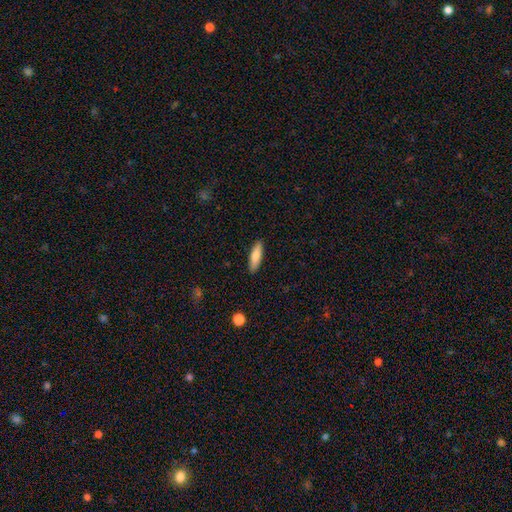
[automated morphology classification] This appears to be a smooth galaxy with no disk features (80%) that is cigar-shaped (61%). Merging: none (90%).